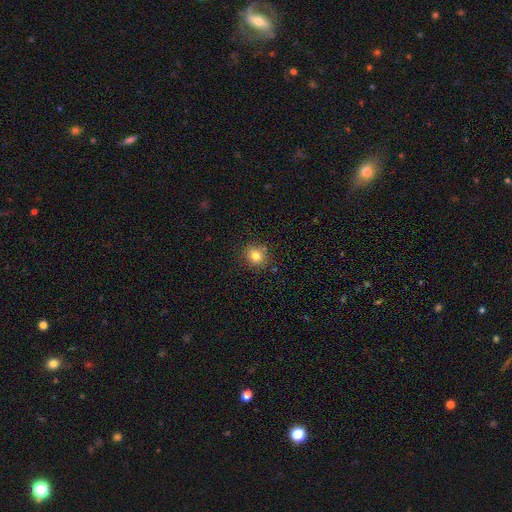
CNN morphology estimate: Smooth or featured? smooth (80%)
How rounded? round (82%)
Merging? none (84%)